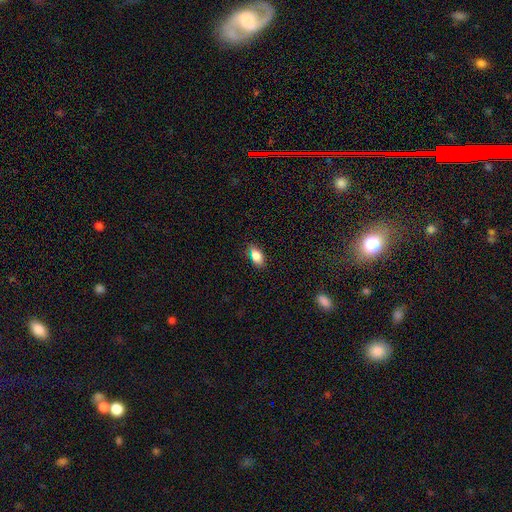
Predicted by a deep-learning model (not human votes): Smooth or featured? Predicted: smooth (p=0.84). How rounded? Predicted: in between (p=0.90). Merging? Predicted: none (p=0.80).